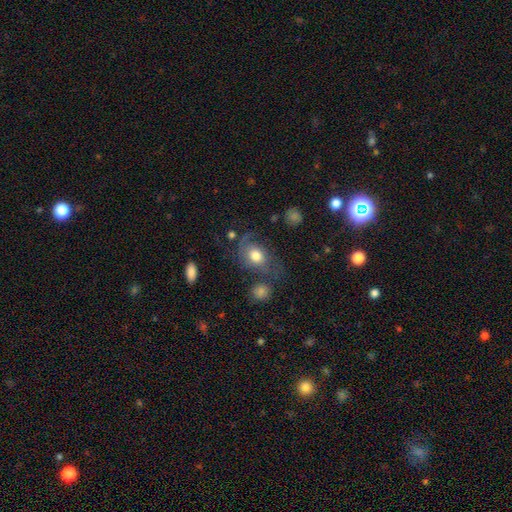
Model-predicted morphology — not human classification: Smooth or featured? smooth (57%)
How rounded? in between (59%)
Merging? none (43%)